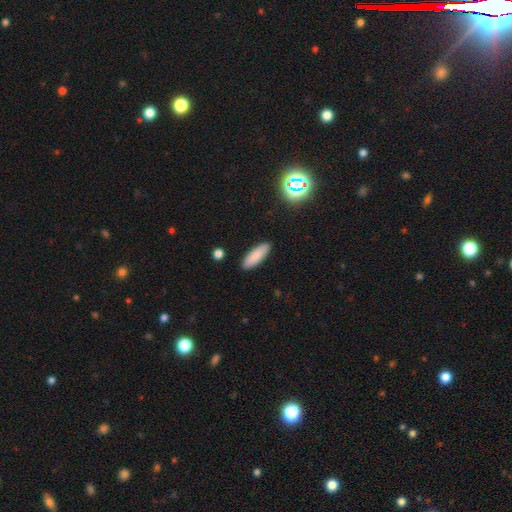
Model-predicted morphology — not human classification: This appears to be a smooth galaxy with no disk features (86%) that is in between round and cigar-shaped (58%). Merging: none (89%).